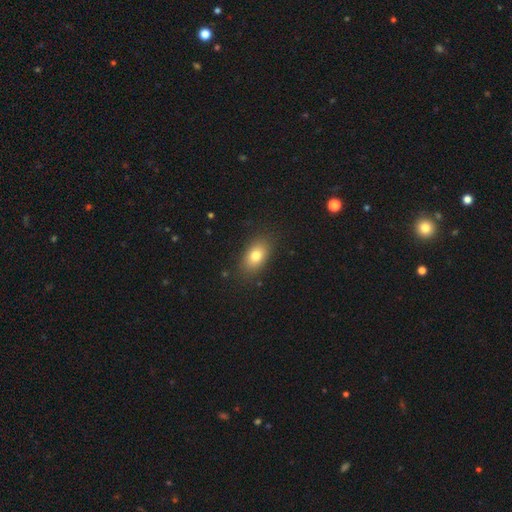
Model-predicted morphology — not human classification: Q: Smooth or featured?
A: smooth (78%); runner-up: featured or disk (12%)
Q: How rounded?
A: in between (85%); runner-up: round (12%)
Q: Merging?
A: none (85%); runner-up: minor disturbance (11%)